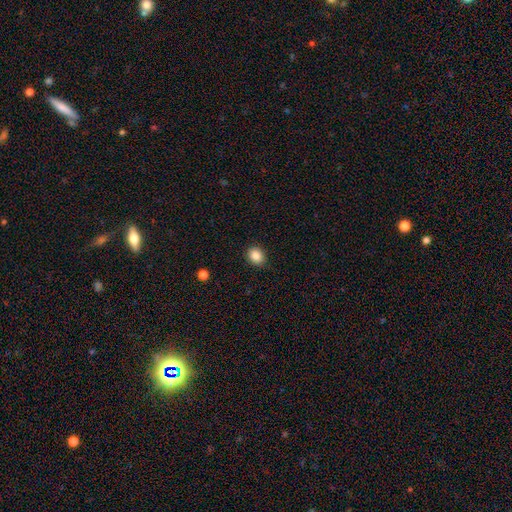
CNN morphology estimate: smooth-or-featured: smooth: 87% | star or artifact: 9% | featured or disk: 4%
  how-rounded: round: 56% | in between: 43% | cigar-shaped: 1%
  merging: none: 87% | minor disturbance: 10% | major disturbance: 2% | merger: 1%